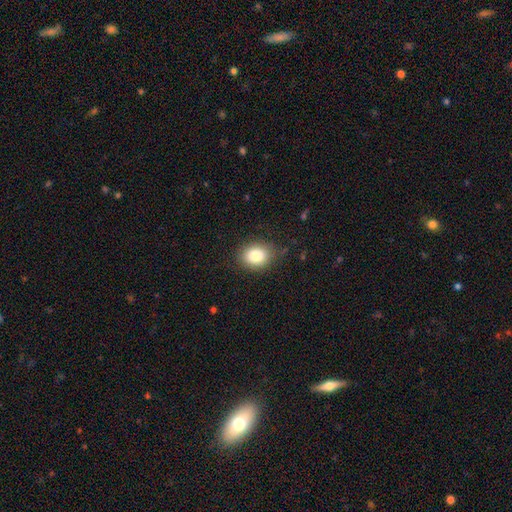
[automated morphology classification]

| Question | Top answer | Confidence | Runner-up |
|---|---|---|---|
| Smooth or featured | smooth | 84% | star or artifact (9%) |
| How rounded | in between | 54% | round (45%) |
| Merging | none | 83% | minor disturbance (12%) |